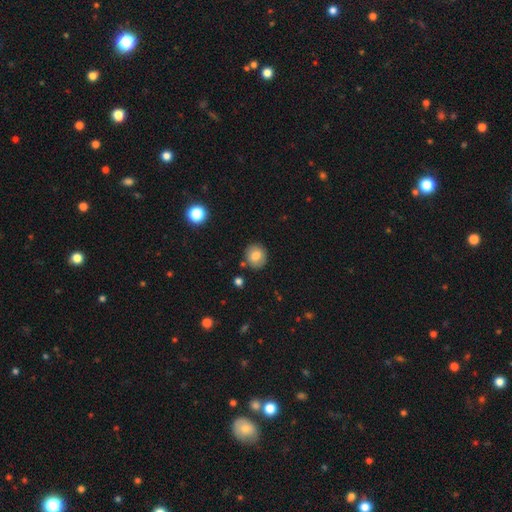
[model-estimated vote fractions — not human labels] A smooth galaxy with no disk features (78%) that is round (79%). Merging: none (85%).